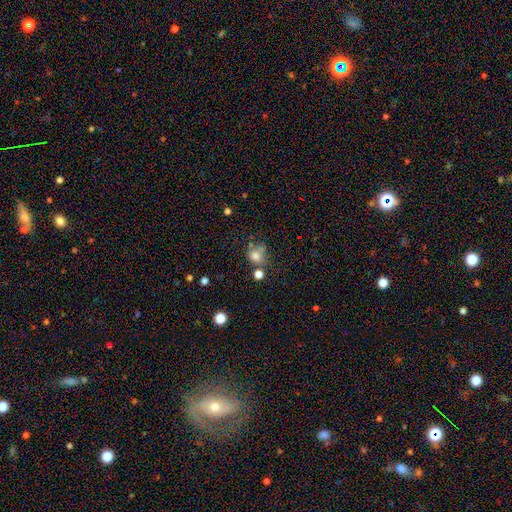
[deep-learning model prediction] smooth-or-featured: smooth: 74% | star or artifact: 14% | featured or disk: 12%
  how-rounded: round: 68% | in between: 31% | cigar-shaped: 1%
  merging: none: 45% | merger: 24% | minor disturbance: 20% | major disturbance: 12%